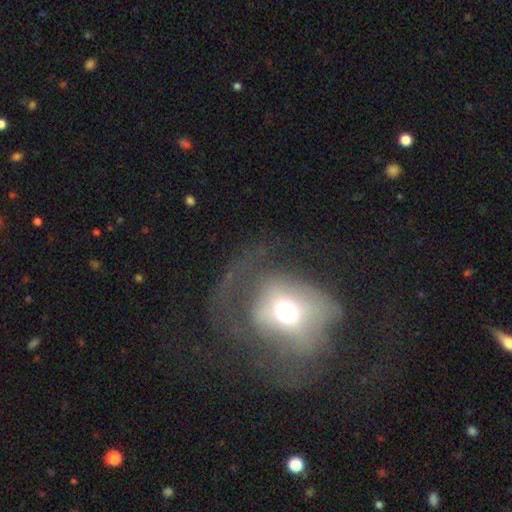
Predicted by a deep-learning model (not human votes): Overall: featured or disk (51%; smooth 36%). Edge-on disk: no (95%). Merging: major disturbance (50%; none 30%).